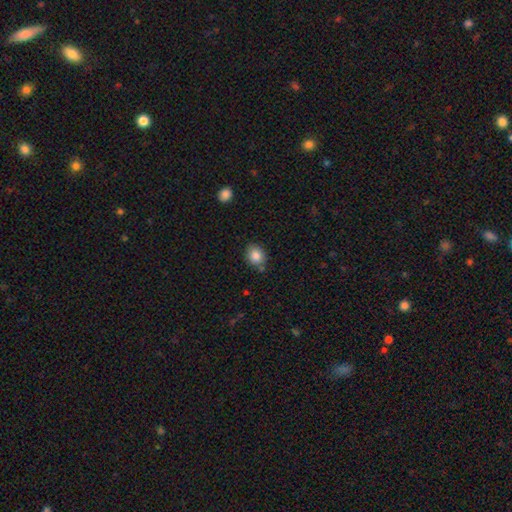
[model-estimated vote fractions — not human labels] Smooth or featured? Predicted: smooth (p=0.85). How rounded? Predicted: round (p=0.56). Merging? Predicted: none (p=0.74).